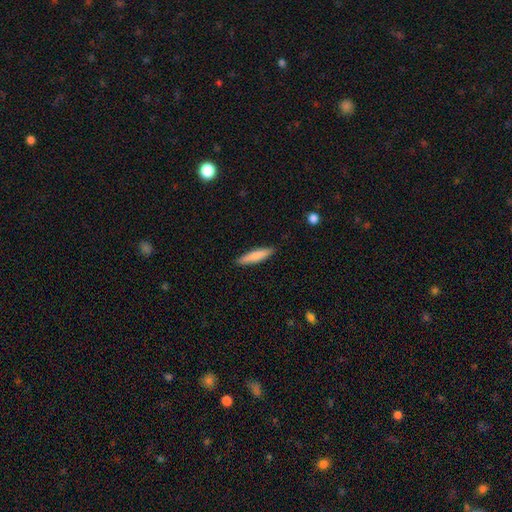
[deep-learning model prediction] Smooth or featured?
  - smooth: 81% *
  - featured or disk: 14%
  - star or artifact: 5%
How rounded?
  - cigar-shaped: 81% *
  - in between: 18%
  - round: 1%
Merging?
  - none: 89% *
  - minor disturbance: 8%
  - major disturbance: 2%
  - merger: 1%